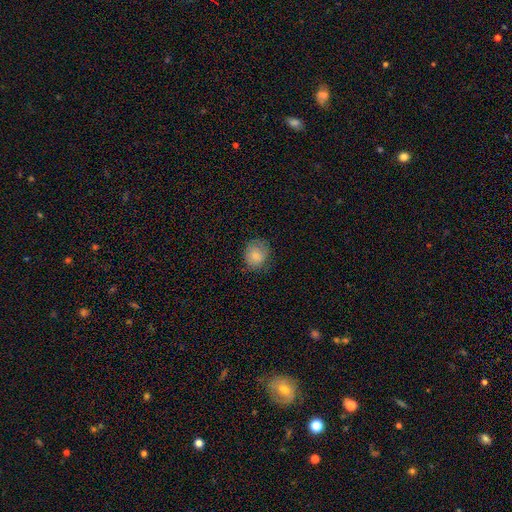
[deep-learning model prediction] smooth_or_featured: smooth (p=0.84) [alt: star or artifact p=0.08]
how_rounded: round (p=0.76) [alt: in between p=0.23]
merging: none (p=0.75) [alt: minor disturbance p=0.19]